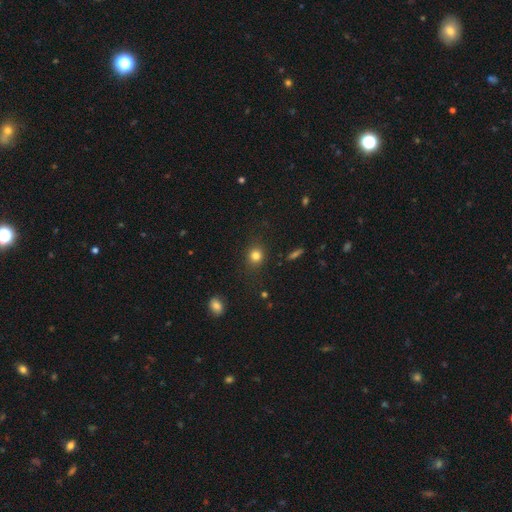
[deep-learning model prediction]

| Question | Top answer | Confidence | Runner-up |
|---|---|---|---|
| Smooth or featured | smooth | 81% | star or artifact (13%) |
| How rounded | round | 79% | in between (19%) |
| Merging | none | 86% | minor disturbance (10%) |